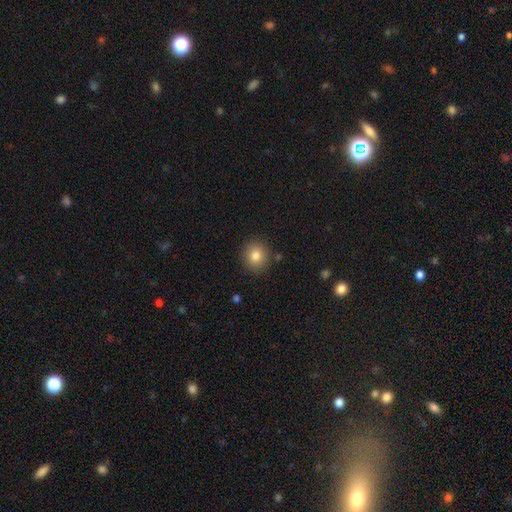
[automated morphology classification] smooth 81%, star or artifact 11%, featured or disk 8%. Down the decision tree: how rounded — round (82%); merging — none (88%).